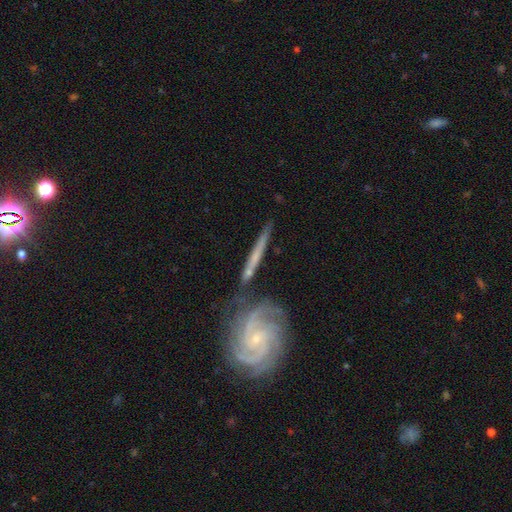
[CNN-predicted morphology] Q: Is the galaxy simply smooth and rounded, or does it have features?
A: featured or disk — 59%.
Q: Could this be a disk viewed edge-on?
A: yes — 70%.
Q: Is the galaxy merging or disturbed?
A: none — 63%.